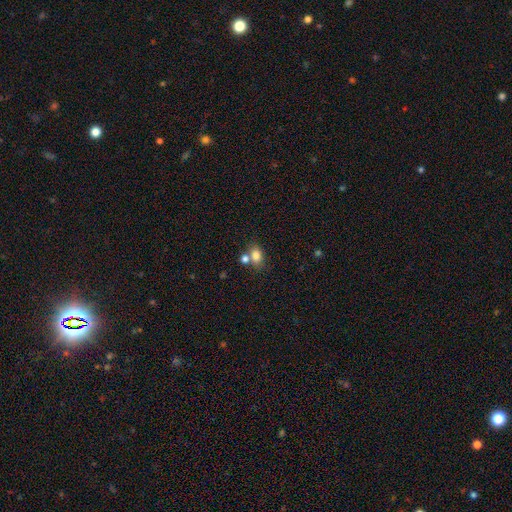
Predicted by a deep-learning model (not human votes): Morphology: type=smooth (80%); roundness=in between (73%); merging=none (52%).